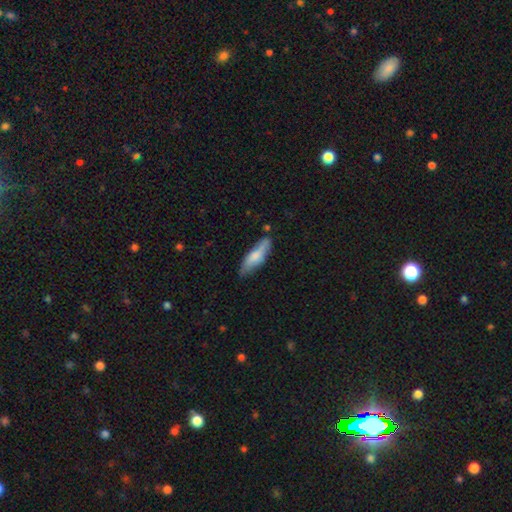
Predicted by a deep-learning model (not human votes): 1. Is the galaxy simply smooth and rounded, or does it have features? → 68% smooth, 26% featured or disk, 6% star or artifact.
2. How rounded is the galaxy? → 54% cigar-shaped, 44% in between, 2% round.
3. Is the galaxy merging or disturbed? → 66% none, 26% minor disturbance, 5% major disturbance, 3% merger.